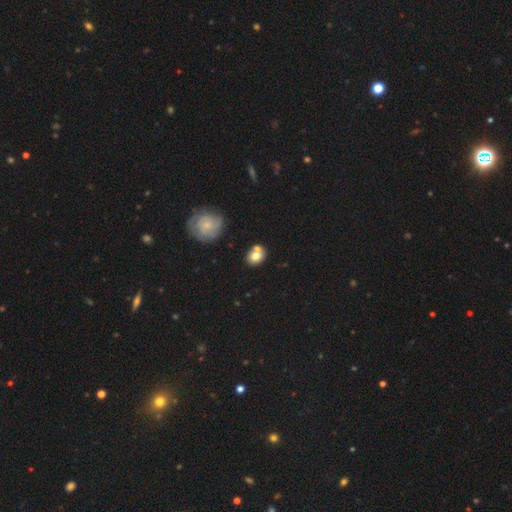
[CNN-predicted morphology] Smooth or featured? Predicted: smooth (p=0.75). How rounded? Predicted: round (p=0.57). Merging? Predicted: none (p=0.56).